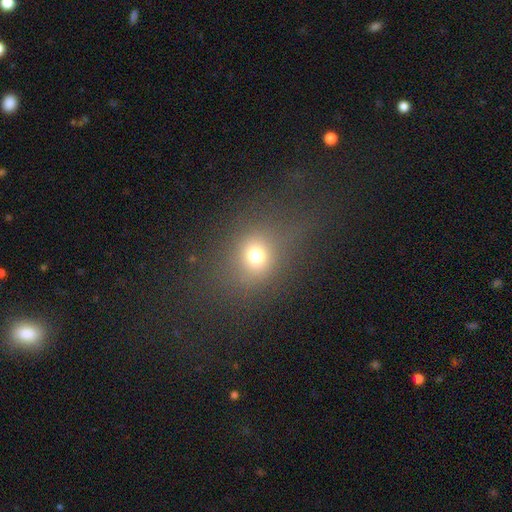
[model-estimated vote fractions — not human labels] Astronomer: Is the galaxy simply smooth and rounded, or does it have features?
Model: smooth — 71%.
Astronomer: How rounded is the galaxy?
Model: round — 70%.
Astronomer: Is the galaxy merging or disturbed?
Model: none — 68%.